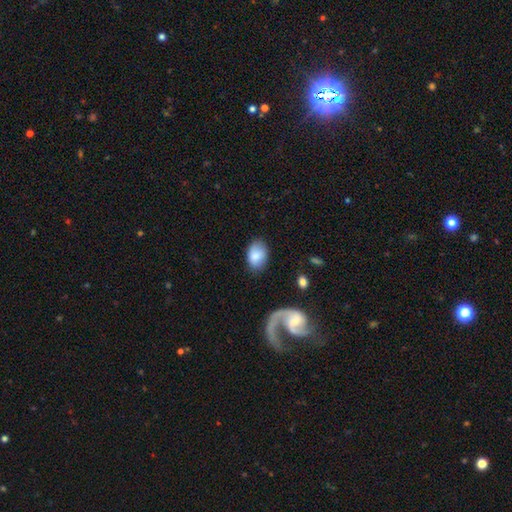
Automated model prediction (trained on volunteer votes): A smooth galaxy with no disk features (81%) that is in between round and cigar-shaped (86%). Merging: none (77%).